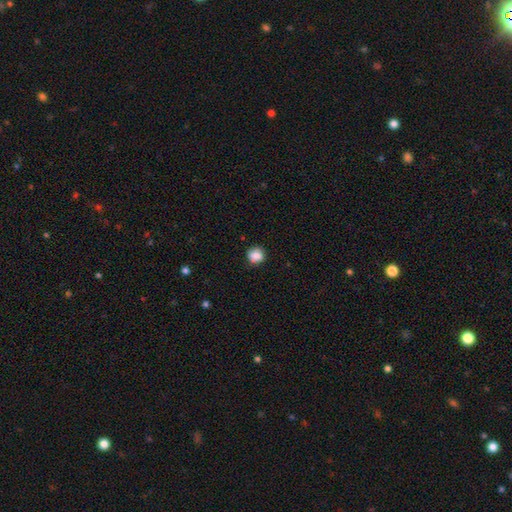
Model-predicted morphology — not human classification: Q: Smooth or featured?
A: smooth (85%); runner-up: star or artifact (9%)
Q: How rounded?
A: round (81%); runner-up: in between (18%)
Q: Merging?
A: none (80%); runner-up: minor disturbance (15%)